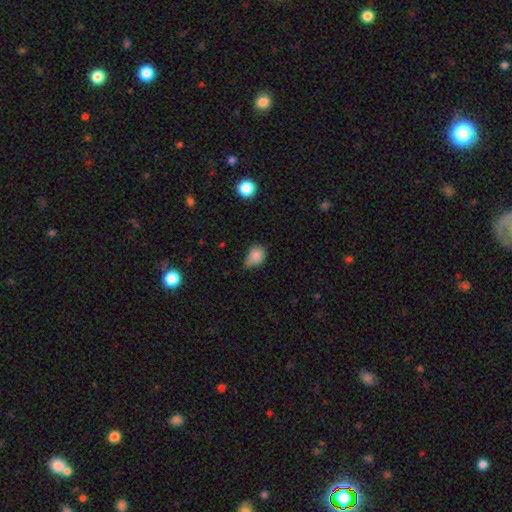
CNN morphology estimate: Smooth or featured?
  - smooth: 83% *
  - star or artifact: 10%
  - featured or disk: 7%
How rounded?
  - in between: 54% *
  - round: 44%
  - cigar-shaped: 1%
Merging?
  - minor disturbance: 48% *
  - none: 38%
  - major disturbance: 11%
  - merger: 3%